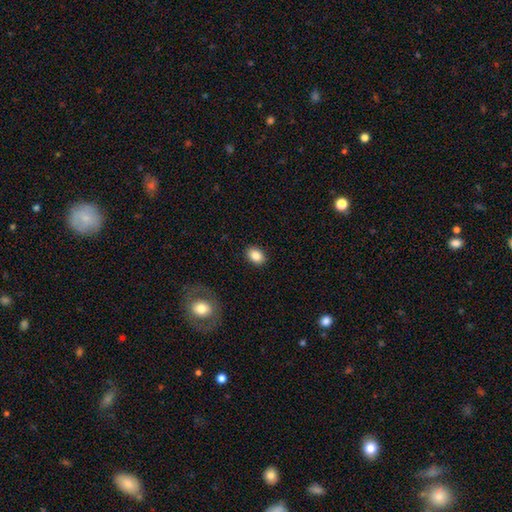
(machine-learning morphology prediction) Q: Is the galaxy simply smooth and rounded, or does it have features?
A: smooth — 86%.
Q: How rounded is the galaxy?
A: in between — 76%.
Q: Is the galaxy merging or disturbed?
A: none — 89%.